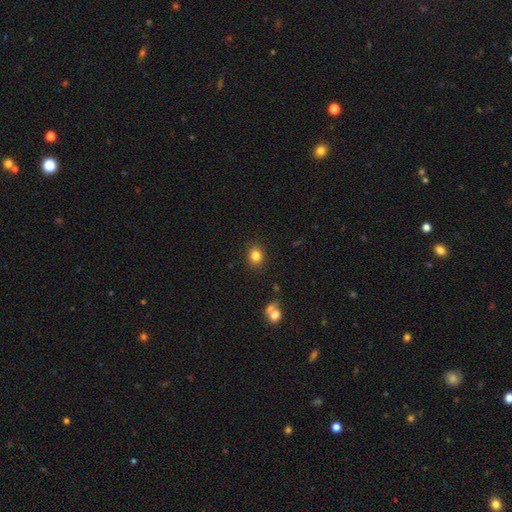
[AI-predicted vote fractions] smooth_or_featured: smooth (p=0.83) [alt: star or artifact p=0.11]
how_rounded: round (p=0.63) [alt: in between p=0.36]
merging: none (p=0.87) [alt: minor disturbance p=0.08]